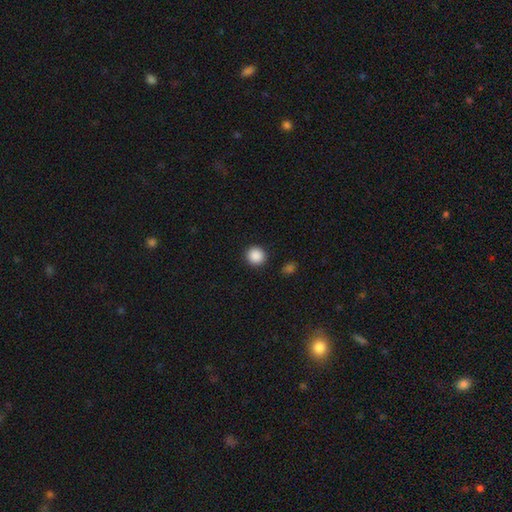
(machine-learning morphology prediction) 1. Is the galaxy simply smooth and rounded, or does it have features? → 89% smooth, 9% star or artifact, 3% featured or disk.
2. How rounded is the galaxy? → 92% round, 7% in between, 1% cigar-shaped.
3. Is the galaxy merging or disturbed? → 91% none, 5% minor disturbance, 2% major disturbance, 1% merger.